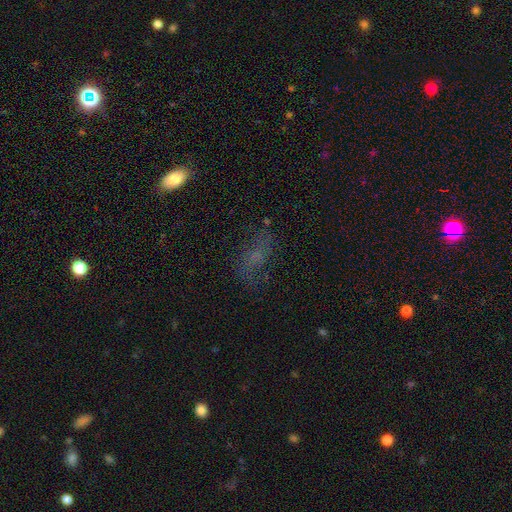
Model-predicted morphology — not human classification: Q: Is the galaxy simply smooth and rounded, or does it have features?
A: smooth — 42%.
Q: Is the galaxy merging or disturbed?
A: none — 60%.